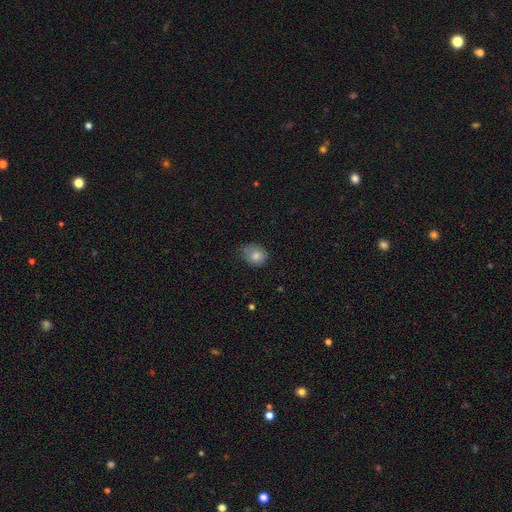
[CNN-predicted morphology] Overall: smooth (80%). How rounded: round (52%; in between 47%). Merging: none (57%; minor disturbance 34%).